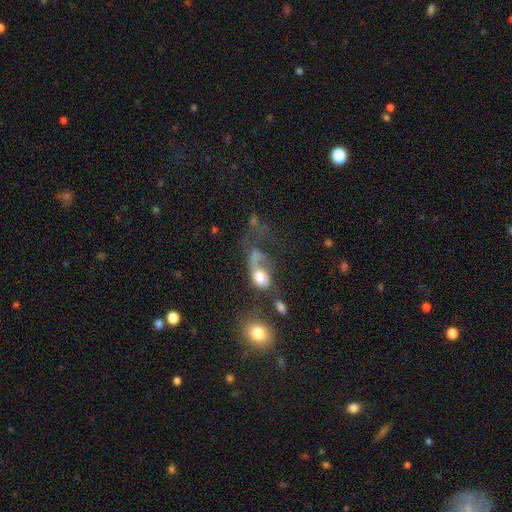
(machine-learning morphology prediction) The model was most divided on "smooth or featured": smooth: 45%, featured or disk: 43%, star or artifact: 12%. Remaining: merging — major disturbance (47%).